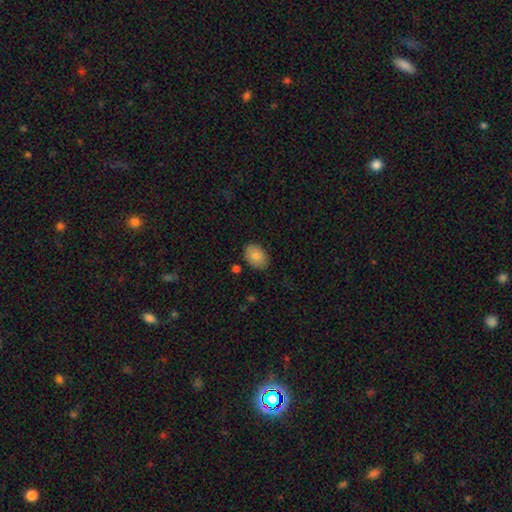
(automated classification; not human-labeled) smooth_or_featured: smooth (p=0.84) [alt: featured or disk p=0.09]
how_rounded: in between (p=0.81) [alt: round p=0.18]
merging: none (p=0.83) [alt: minor disturbance p=0.12]